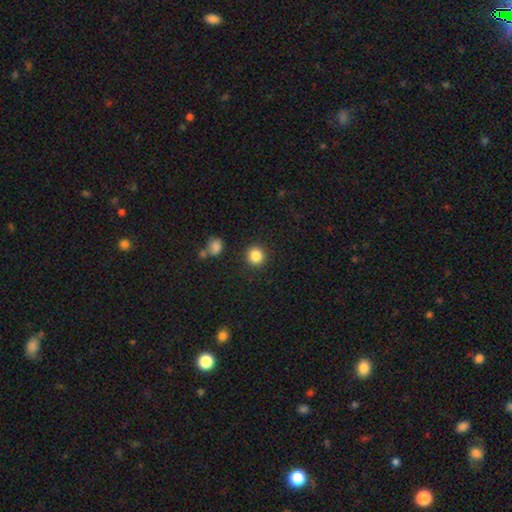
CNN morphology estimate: Smooth or featured?
  - smooth: 85% *
  - star or artifact: 10%
  - featured or disk: 4%
How rounded?
  - round: 92% *
  - in between: 7%
  - cigar-shaped: 1%
Merging?
  - none: 91% *
  - minor disturbance: 6%
  - major disturbance: 2%
  - merger: 2%